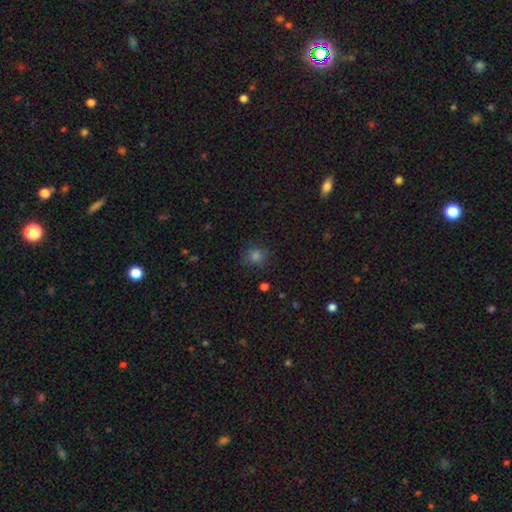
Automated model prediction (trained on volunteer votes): This appears to be a smooth galaxy with no disk features (73%) that is round (82%). Merging: none (80%).